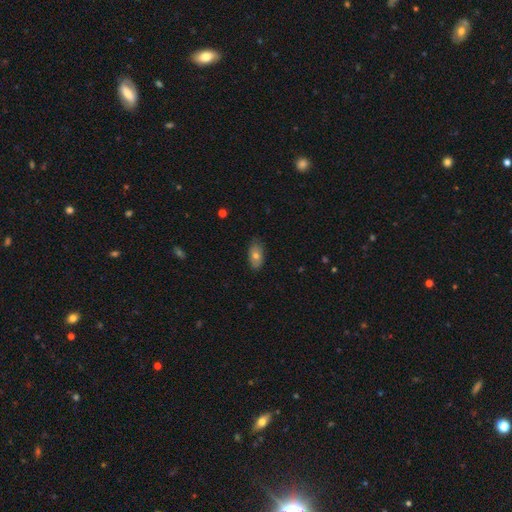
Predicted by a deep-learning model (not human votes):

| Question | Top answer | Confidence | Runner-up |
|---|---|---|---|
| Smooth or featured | smooth | 69% | featured or disk (23%) |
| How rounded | in between | 91% | round (6%) |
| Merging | none | 80% | minor disturbance (16%) |